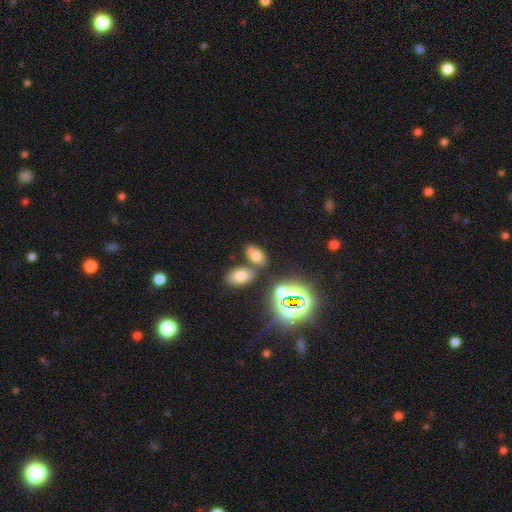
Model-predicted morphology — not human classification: The model was most divided on "smooth or featured": smooth: 61%, star or artifact: 27%, featured or disk: 12%. More confident: how rounded — in between (89%); merging — none (61%).